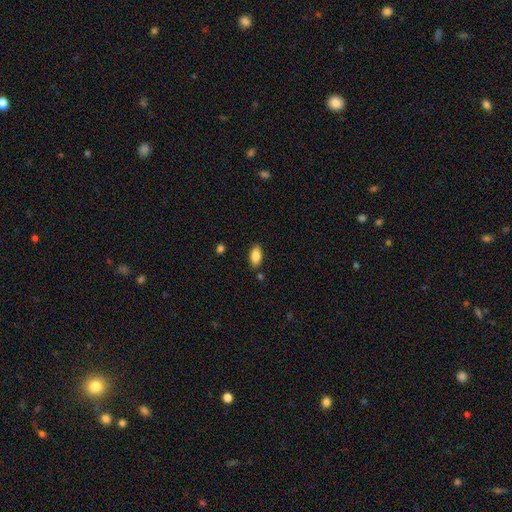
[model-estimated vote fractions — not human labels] Smooth or featured?
  - smooth: 87% *
  - star or artifact: 7%
  - featured or disk: 5%
How rounded?
  - in between: 91% *
  - cigar-shaped: 6%
  - round: 3%
Merging?
  - none: 84% *
  - minor disturbance: 11%
  - major disturbance: 3%
  - merger: 3%